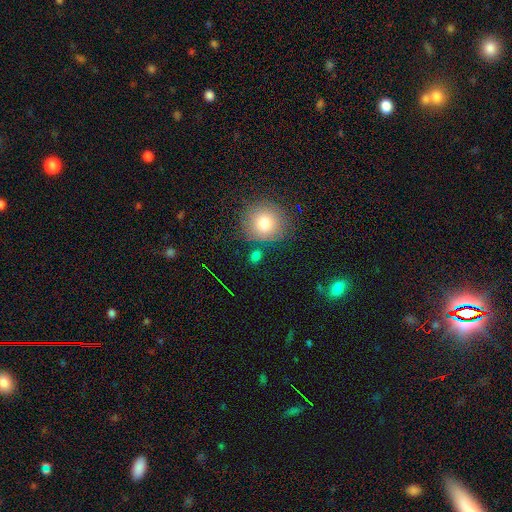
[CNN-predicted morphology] smooth_or_featured: smooth (p=0.70) [alt: star or artifact p=0.20]
how_rounded: round (p=0.79) [alt: in between p=0.18]
merging: none (p=0.77) [alt: minor disturbance p=0.11]